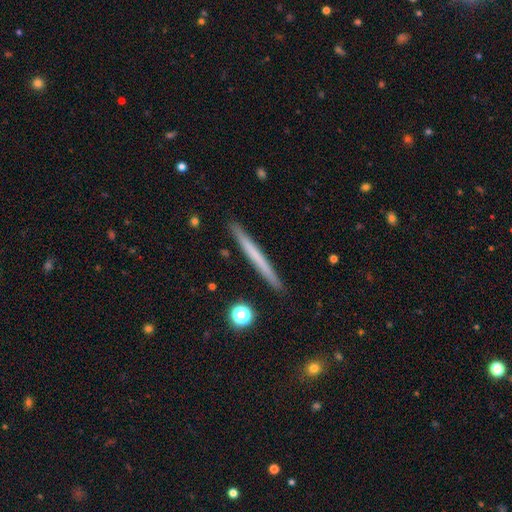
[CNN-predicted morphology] A smooth galaxy with no disk features (56%) that is cigar-shaped (97%).

Vote fractions:
- Smooth or featured? smooth: 56% / featured or disk: 38% / star or artifact: 6%
- How rounded? cigar-shaped: 97% / in between: 1% / round: 1%
- Merging? none: 92% / minor disturbance: 6% / merger: 1% / major disturbance: 1%